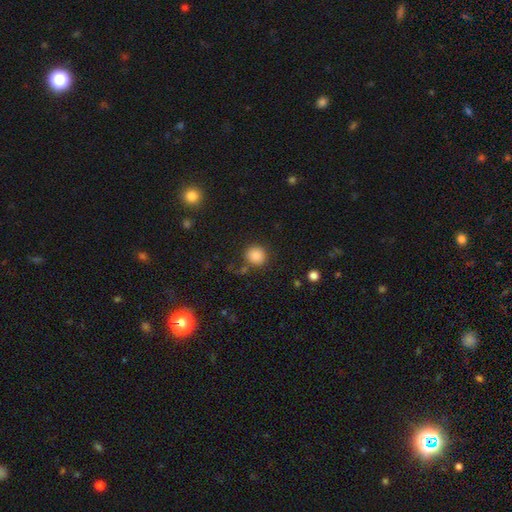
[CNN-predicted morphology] Smooth or featured: smooth — 85% (star or artifact — 10%)
How rounded: round — 88% (in between — 11%)
Merging: none — 81% (minor disturbance — 10%)